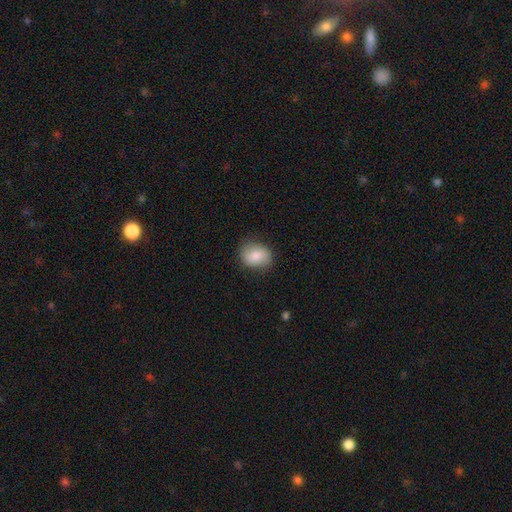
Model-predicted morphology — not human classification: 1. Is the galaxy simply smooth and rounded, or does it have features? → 78% smooth, 14% featured or disk, 7% star or artifact.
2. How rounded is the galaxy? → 50% round, 49% in between, 1% cigar-shaped.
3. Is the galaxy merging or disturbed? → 81% none, 15% minor disturbance, 3% major disturbance, 1% merger.